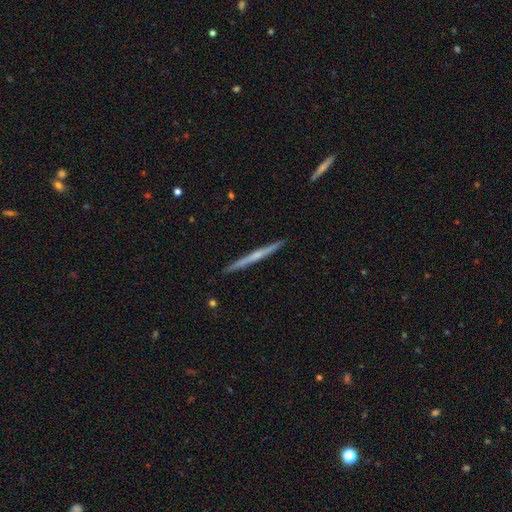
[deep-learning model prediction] featured or disk 62%, smooth 32%, star or artifact 5%. Down the decision tree: edge-on disk — yes (98%); edge-on bulge — none (61%); merging — none (92%).